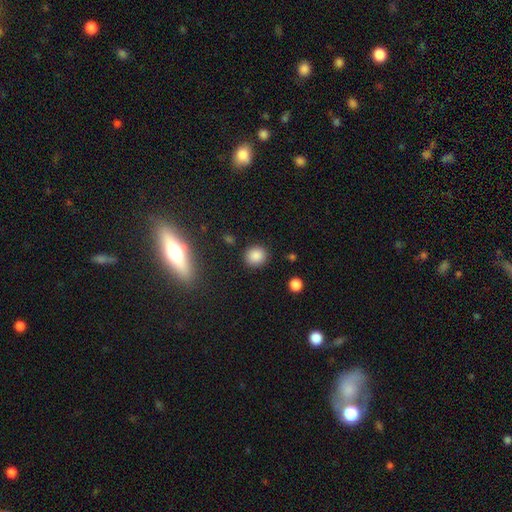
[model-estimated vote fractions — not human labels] Smooth or featured?
  - smooth: 85% *
  - star or artifact: 11%
  - featured or disk: 4%
How rounded?
  - round: 82% *
  - in between: 16%
  - cigar-shaped: 1%
Merging?
  - none: 88% *
  - minor disturbance: 8%
  - major disturbance: 3%
  - merger: 2%